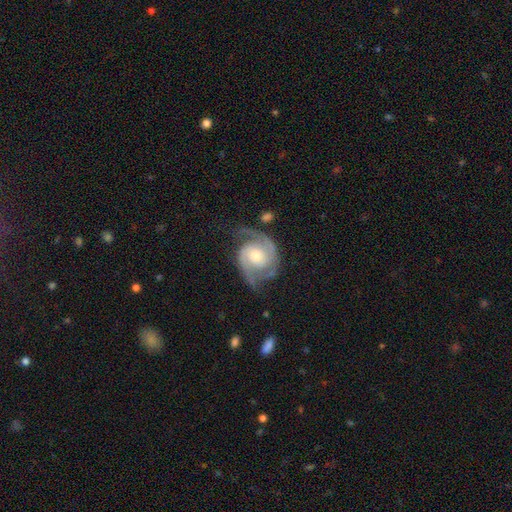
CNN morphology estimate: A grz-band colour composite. It shows a featured or disk galaxy (90%) with no bar (63%), 2 (88%) medium (49%) spiral arms (98%) and a moderate central bulge (59%). Merging: none (70%).